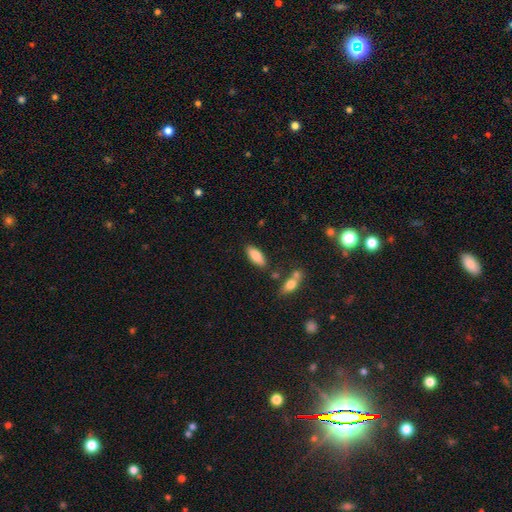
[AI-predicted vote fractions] Morphology: type=smooth (81%); roundness=in between (78%); merging=none (82%).